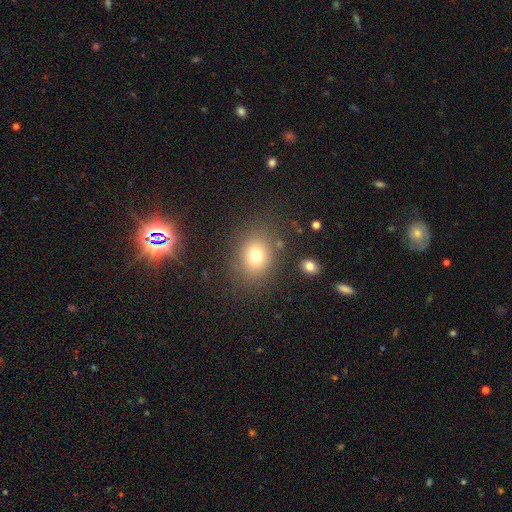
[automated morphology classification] Overall: smooth (74%). How rounded: round (54%; in between 45%). Merging: none (81%).